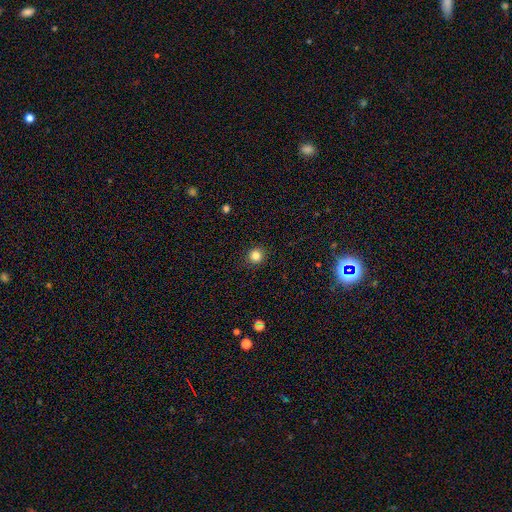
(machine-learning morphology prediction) Overall: smooth (84%). How rounded: round (91%). Merging: none (90%).